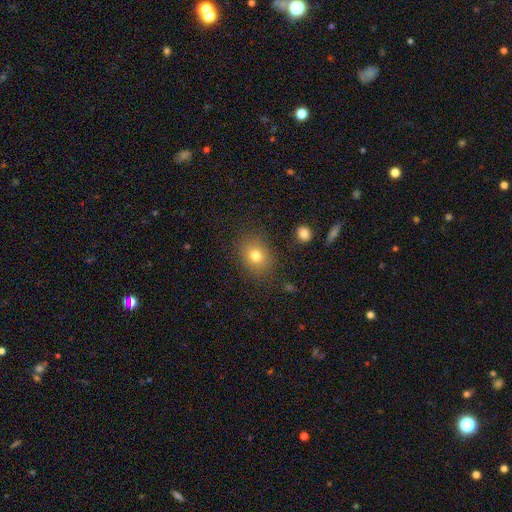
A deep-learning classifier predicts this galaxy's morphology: Smooth or featured?
  - smooth: 77% *
  - star or artifact: 13%
  - featured or disk: 10%
How rounded?
  - round: 55% *
  - in between: 44%
  - cigar-shaped: 1%
Merging?
  - none: 84% *
  - minor disturbance: 10%
  - major disturbance: 4%
  - merger: 2%